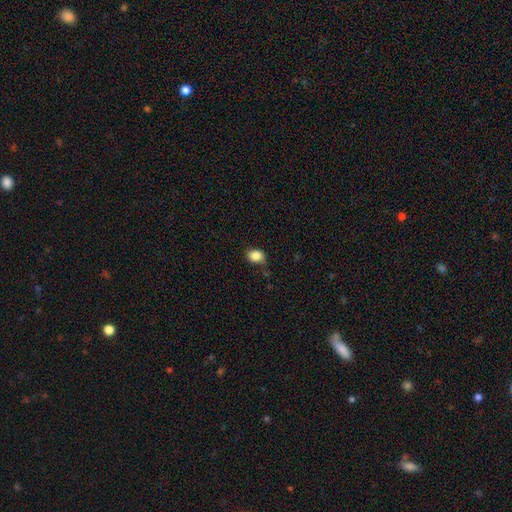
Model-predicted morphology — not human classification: Smooth or featured? Predicted: smooth (p=0.86). How rounded? Predicted: round (p=0.51). Merging? Predicted: none (p=0.66).